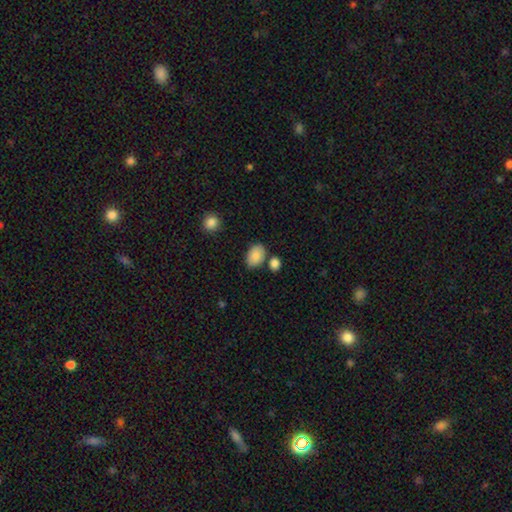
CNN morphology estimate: Smooth or featured? Predicted: smooth (p=0.86). How rounded? Predicted: in between (p=0.87). Merging? Predicted: none (p=0.73).